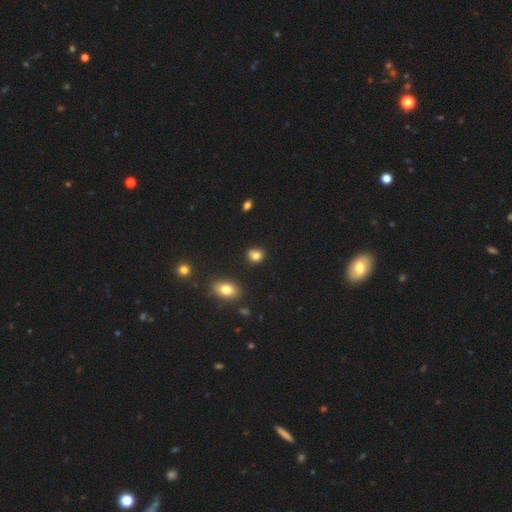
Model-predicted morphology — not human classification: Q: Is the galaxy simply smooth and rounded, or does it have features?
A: smooth — 80%.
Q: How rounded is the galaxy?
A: round — 70%.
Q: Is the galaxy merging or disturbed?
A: none — 72%.